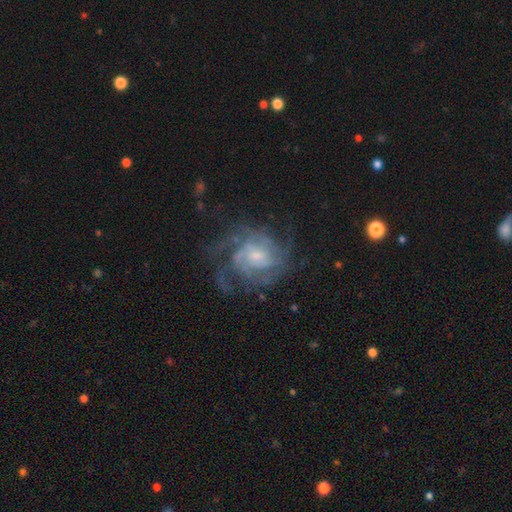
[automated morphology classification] featured or disk 81%, smooth 11%, star or artifact 8%. Down the decision tree: edge-on disk — no (98%); bar — no (61%); spiral arms — yes (90%); spiral arm count — can't tell (38%); spiral winding — tight (46%); bulge size — small (53%); merging — none (59%).